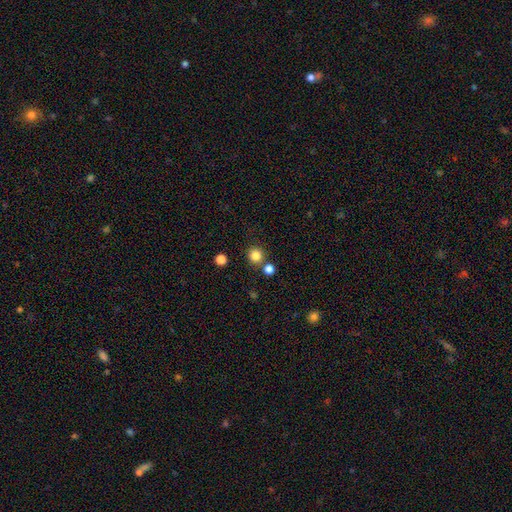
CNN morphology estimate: This is clearly a smooth galaxy (83%). How rounded: clearly round (93%). Merging: likely none (79%).